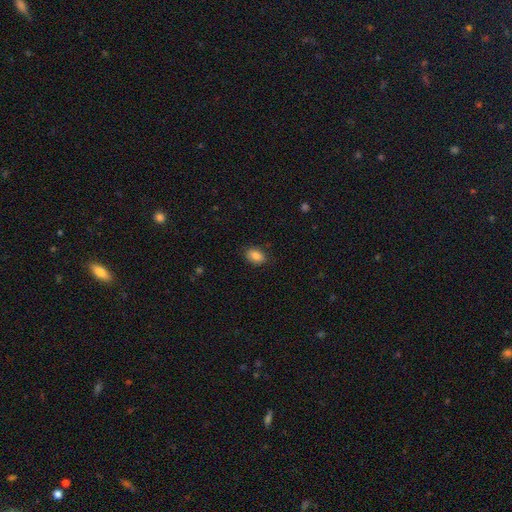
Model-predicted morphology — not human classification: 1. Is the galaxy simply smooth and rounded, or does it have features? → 86% smooth, 8% star or artifact, 6% featured or disk.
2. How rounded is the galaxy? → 84% in between, 15% round, 1% cigar-shaped.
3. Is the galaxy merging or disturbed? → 85% none, 11% minor disturbance, 3% major disturbance, 1% merger.